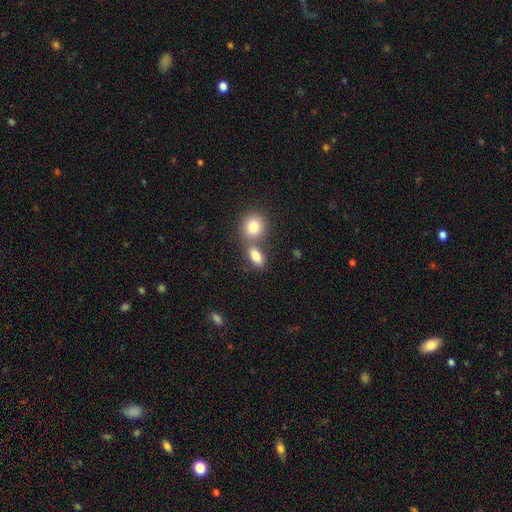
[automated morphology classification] smooth 82%, featured or disk 10%, star or artifact 9%. Down the decision tree: how rounded — in between (74%); merging — none (52%).